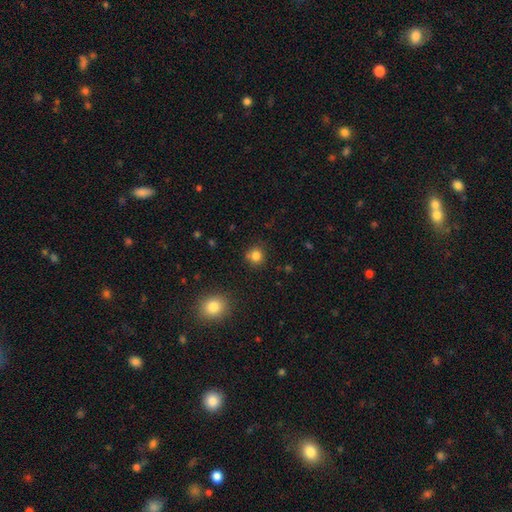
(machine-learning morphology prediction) This is clearly a smooth galaxy (82%). How rounded: clearly round (89%). Merging: clearly none (81%).